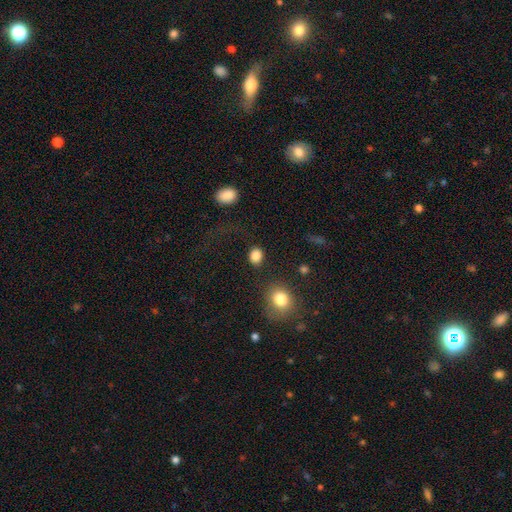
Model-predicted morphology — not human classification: smooth 86%, star or artifact 10%, featured or disk 5%. Down the decision tree: how rounded — round (53%); merging — none (79%).